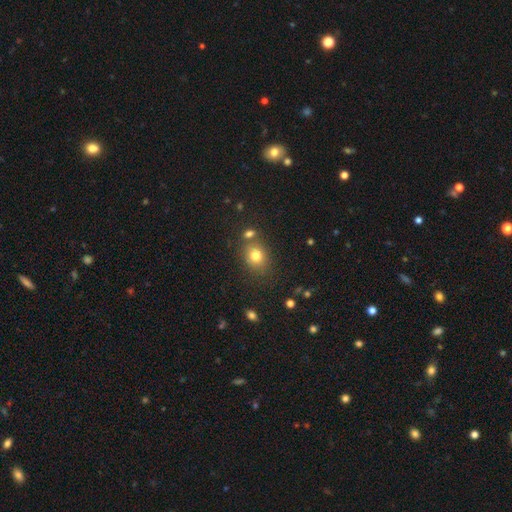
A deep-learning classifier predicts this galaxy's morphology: This appears to be a smooth galaxy with no disk features (78%) that is round (60%). Merging: none (71%).